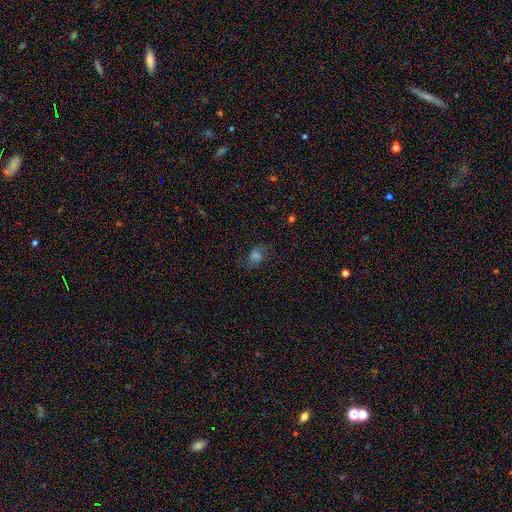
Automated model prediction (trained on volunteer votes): smooth-or-featured: featured or disk: 39% | smooth: 38% | star or artifact: 23%
  merging: none: 70% | minor disturbance: 17% | major disturbance: 11% | merger: 2%